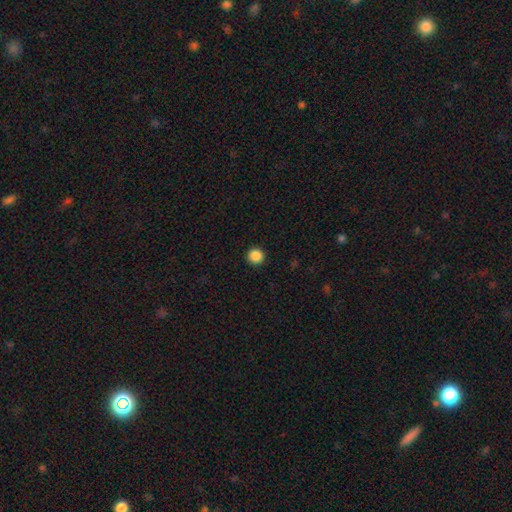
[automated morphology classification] Overall: smooth (88%). How rounded: round (95%). Merging: none (94%).